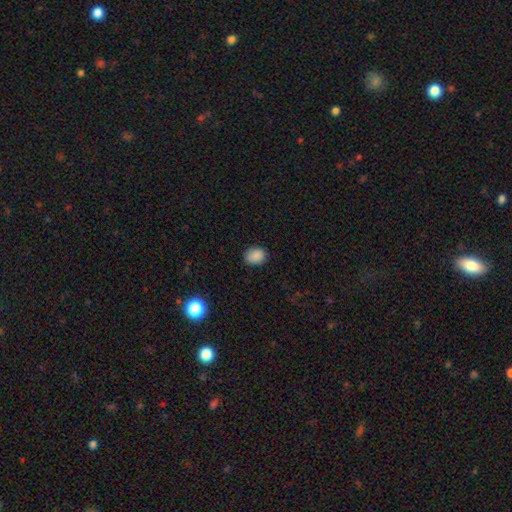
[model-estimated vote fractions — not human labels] smooth 87%, star or artifact 10%, featured or disk 4%. Down the decision tree: how rounded — in between (58%); merging — none (85%).